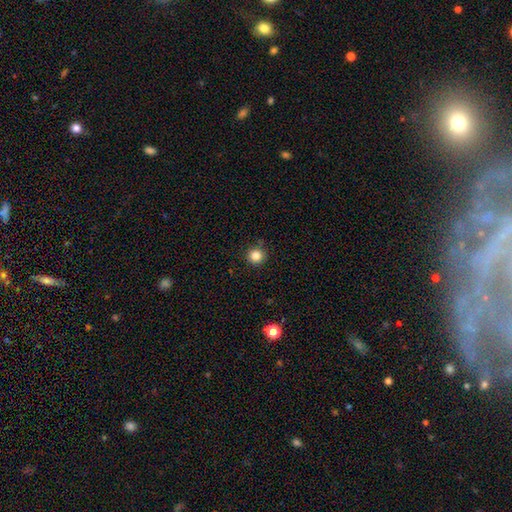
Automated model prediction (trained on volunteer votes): smooth-or-featured: smooth: 84% | star or artifact: 12% | featured or disk: 4%
  how-rounded: round: 95% | in between: 4% | cigar-shaped: 1%
  merging: none: 88% | minor disturbance: 8% | major disturbance: 2% | merger: 2%